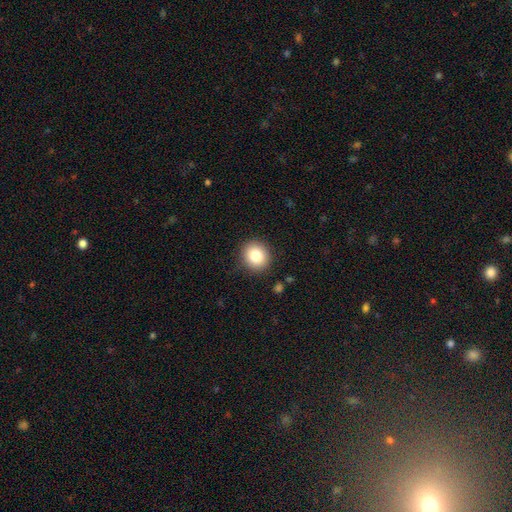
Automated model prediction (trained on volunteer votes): The model was most divided on "how rounded": round: 79%, in between: 21%, cigar-shaped: 1%. More confident: merging — none (89%); smooth or featured — smooth (83%).